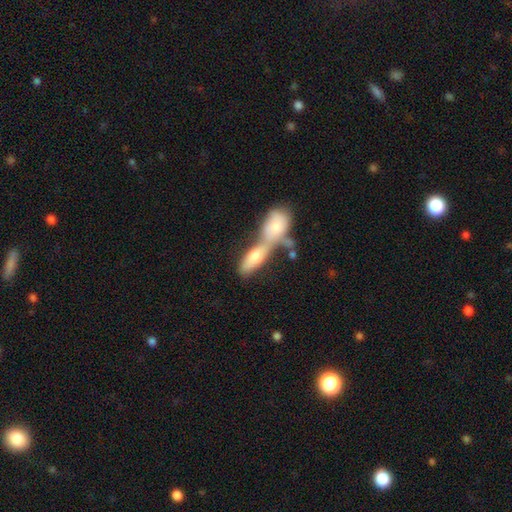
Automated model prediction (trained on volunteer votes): A smooth galaxy with no disk features (65%) that is in between round and cigar-shaped (69%). Merging: merger (70%).